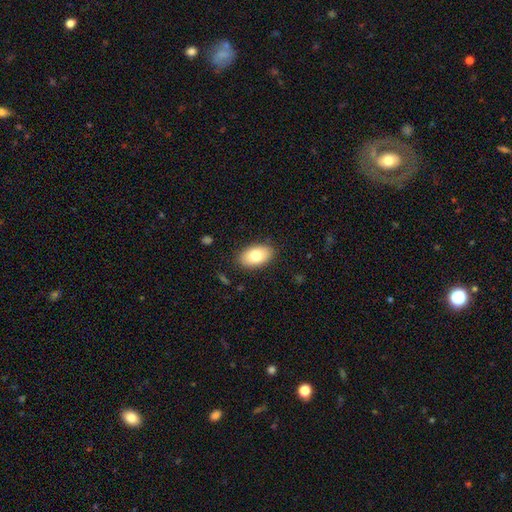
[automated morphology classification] Smooth or featured? smooth (78%)
How rounded? in between (92%)
Merging? none (86%)